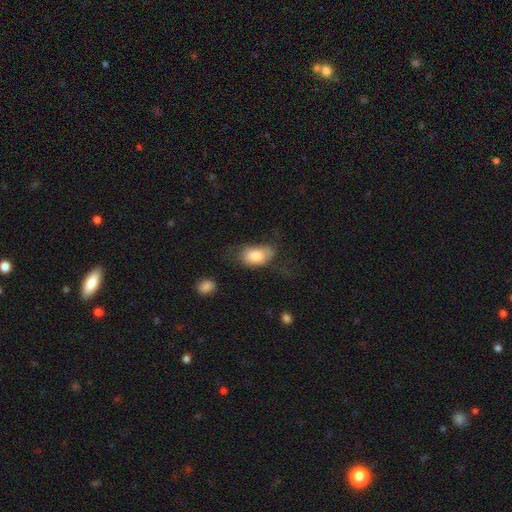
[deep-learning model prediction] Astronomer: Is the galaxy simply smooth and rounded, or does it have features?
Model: smooth — 78%.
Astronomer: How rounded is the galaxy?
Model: in between — 90%.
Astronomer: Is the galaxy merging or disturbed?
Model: none — 41% (runner-up: minor disturbance, 30%).